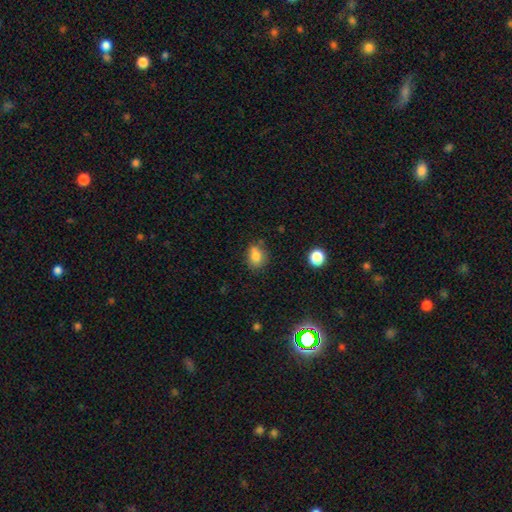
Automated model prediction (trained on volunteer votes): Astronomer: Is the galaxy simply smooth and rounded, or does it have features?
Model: smooth — 80%.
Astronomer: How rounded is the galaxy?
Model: in between — 52% (runner-up: round, 46%).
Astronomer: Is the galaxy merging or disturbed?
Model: none — 68%.